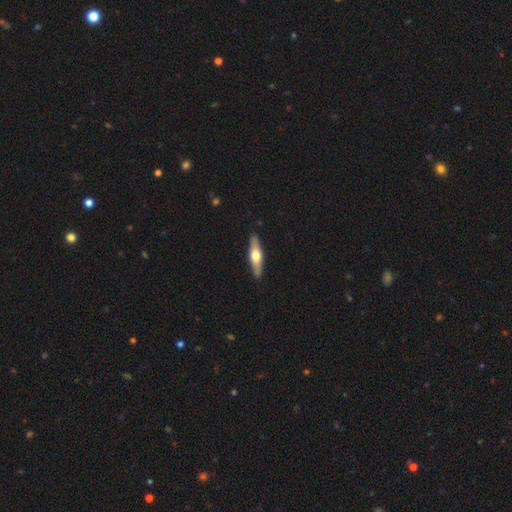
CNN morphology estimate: featured or disk 50%, smooth 45%, star or artifact 5%. Down the decision tree: merging — none (90%).